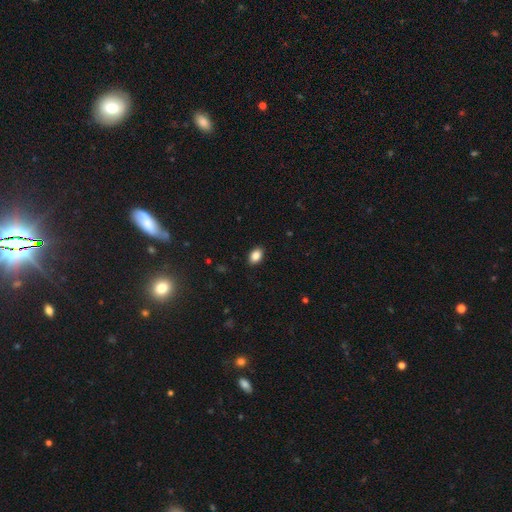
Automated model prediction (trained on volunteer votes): Morphology: type=smooth (86%); roundness=in between (86%); merging=none (88%).